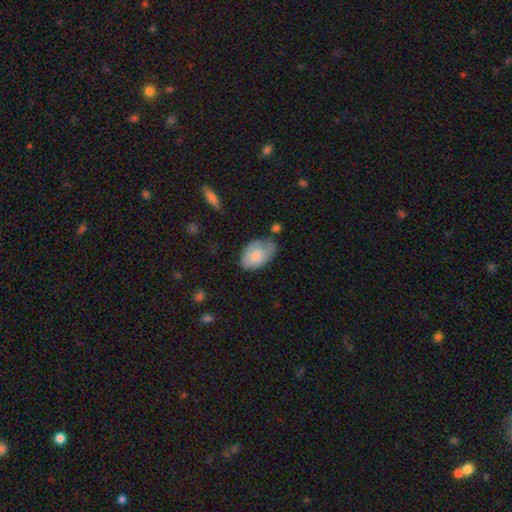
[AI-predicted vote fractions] smooth 77%, featured or disk 17%, star or artifact 6%. Down the decision tree: how rounded — in between (90%); merging — none (48%).